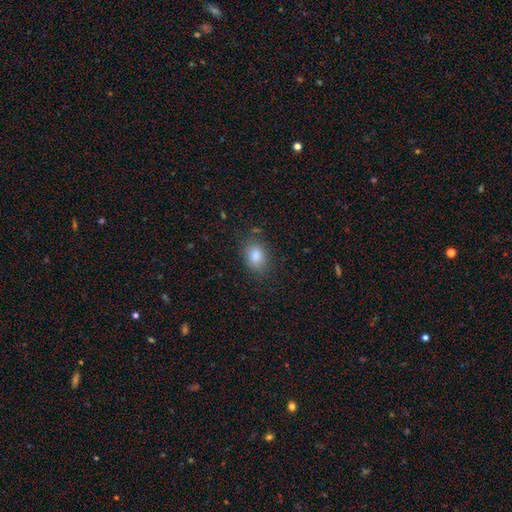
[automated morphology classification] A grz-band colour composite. It shows a smooth galaxy with no disk features (84%) that is in between round and cigar-shaped (73%). Merging: none (78%).